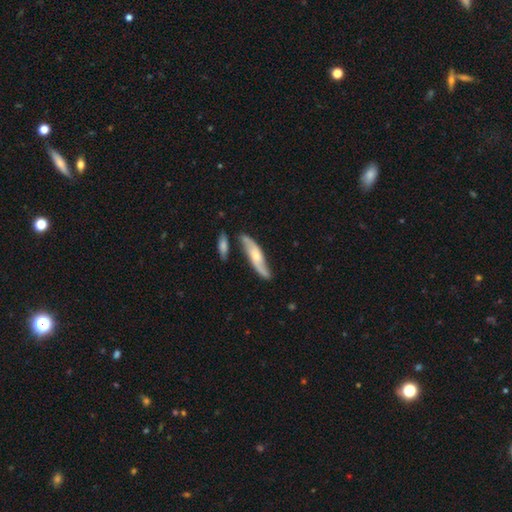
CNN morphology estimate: smooth_or_featured: featured or disk (p=0.62) [alt: smooth p=0.33]
disk_edge_on: no (p=0.66) [alt: yes p=0.34]
merging: none (p=0.67) [alt: minor disturbance p=0.18]